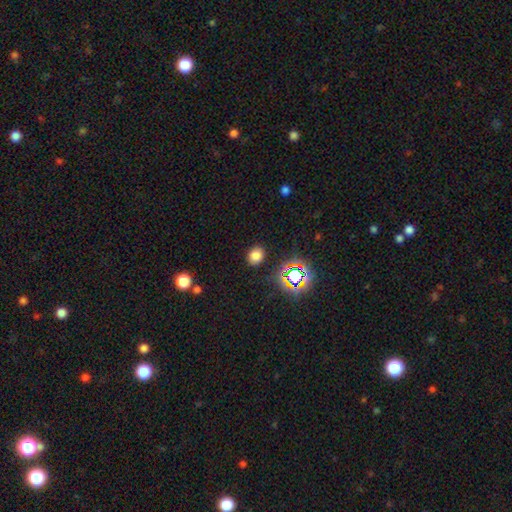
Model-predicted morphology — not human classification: smooth_or_featured: smooth (p=0.75) [alt: star or artifact p=0.19]
how_rounded: round (p=0.60) [alt: in between p=0.39]
merging: none (p=0.87) [alt: minor disturbance p=0.09]